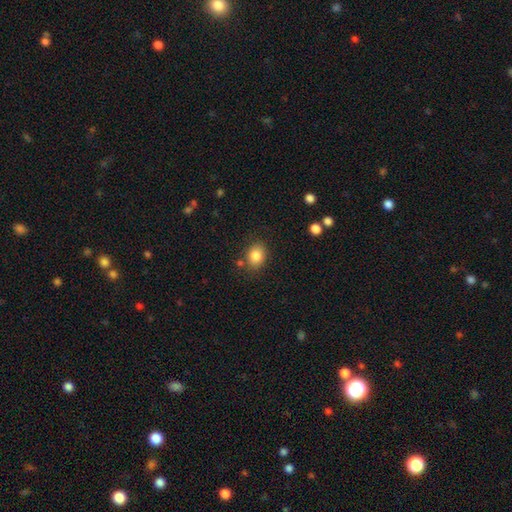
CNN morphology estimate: This is clearly a smooth galaxy (85%). How rounded: possibly in between (54%). Merging: likely none (79%).